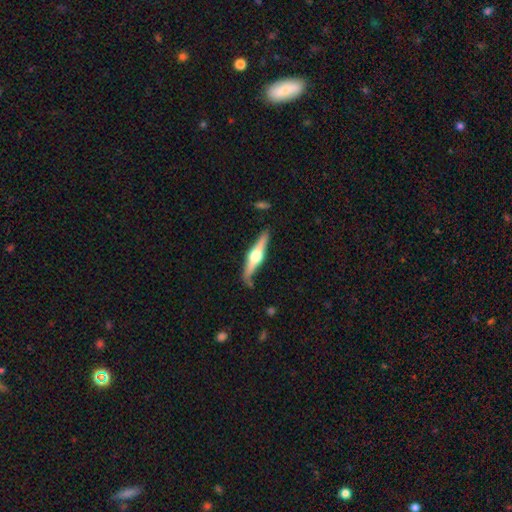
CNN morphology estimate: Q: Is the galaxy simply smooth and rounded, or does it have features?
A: featured or disk — 75%.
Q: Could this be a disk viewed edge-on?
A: yes — 97%.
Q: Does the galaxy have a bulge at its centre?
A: rounded — 95%.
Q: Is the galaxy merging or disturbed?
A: none — 81%.